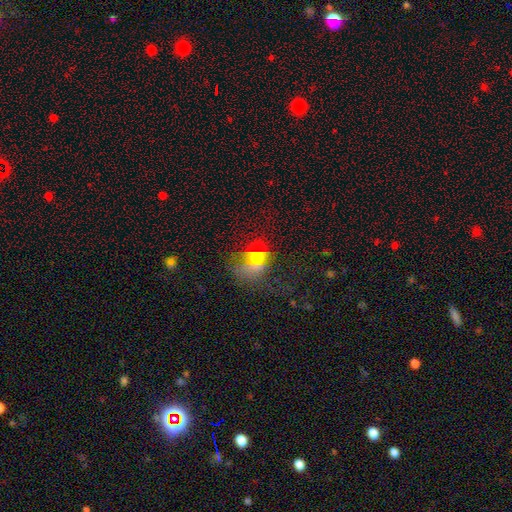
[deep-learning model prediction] Q: Smooth or featured?
A: smooth (47%); runner-up: star or artifact (38%)
Q: Merging?
A: none (60%); runner-up: minor disturbance (16%)